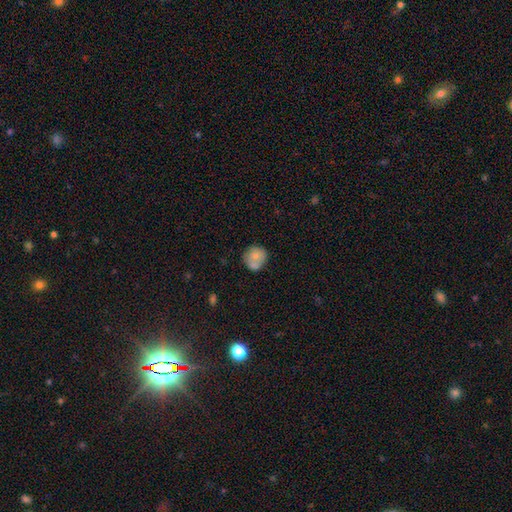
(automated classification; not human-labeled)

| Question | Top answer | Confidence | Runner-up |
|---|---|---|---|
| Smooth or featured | smooth | 73% | featured or disk (19%) |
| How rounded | round | 87% | in between (12%) |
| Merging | none | 54% | merger (27%) |